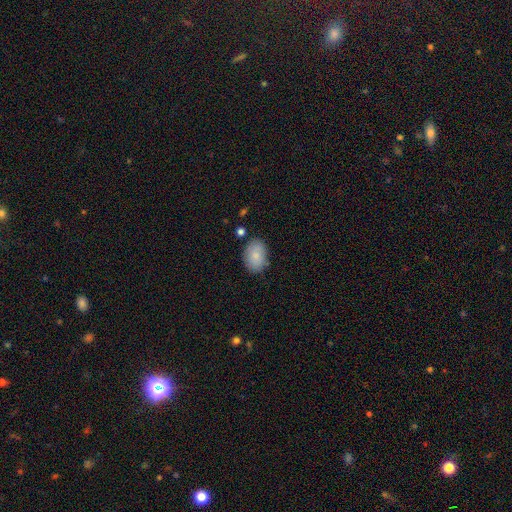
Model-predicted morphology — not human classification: smooth 86%, featured or disk 8%, star or artifact 7%. Down the decision tree: how rounded — in between (87%); merging — none (79%).